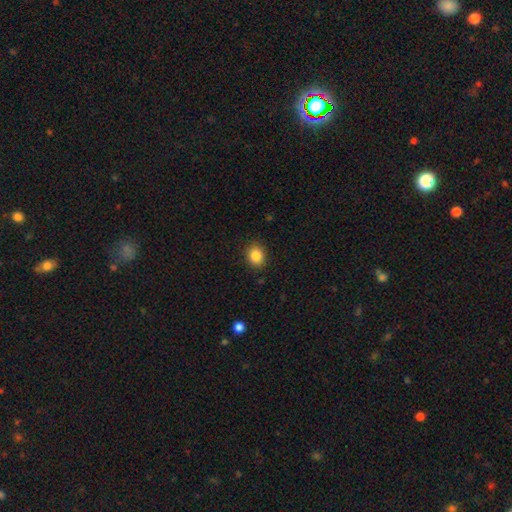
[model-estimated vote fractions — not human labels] Overall: smooth (86%). How rounded: round (62%; in between 37%). Merging: none (88%).